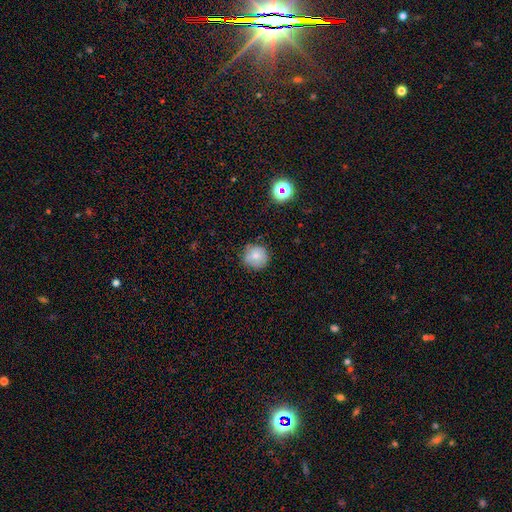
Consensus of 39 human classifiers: A smooth galaxy with no disk features (74%) that is round (93%).

Vote fractions:
- Smooth or featured? smooth: 74% / featured or disk: 18% / star or artifact: 8%
- How rounded? round: 93% / in between: 7% / cigar-shaped: 0%
- Merging? none: 97% / minor disturbance: 3% / major disturbance: 0% / merger: 0%